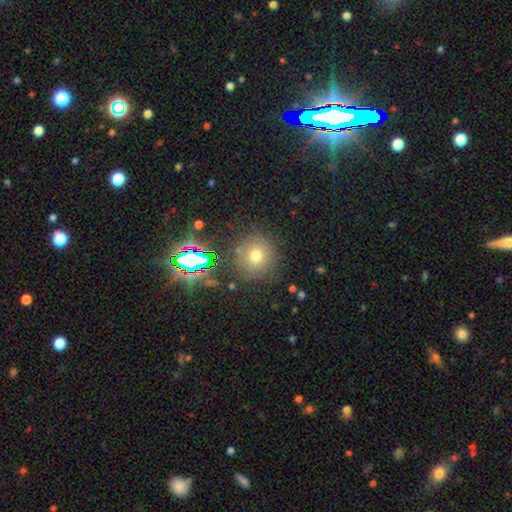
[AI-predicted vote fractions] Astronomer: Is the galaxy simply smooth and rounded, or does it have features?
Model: smooth — 67%.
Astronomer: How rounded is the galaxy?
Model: round — 92%.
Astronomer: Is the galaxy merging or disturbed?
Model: none — 82%.